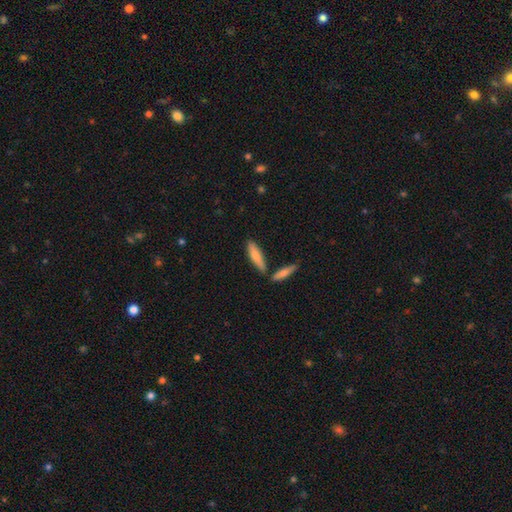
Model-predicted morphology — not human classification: A smooth galaxy with no disk features (76%) that is cigar-shaped (65%). Merging: none (71%).